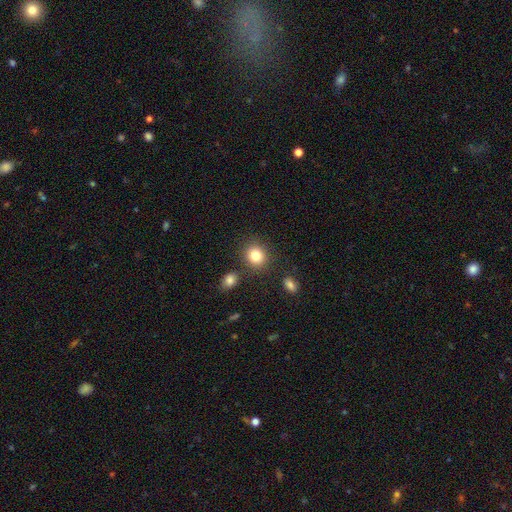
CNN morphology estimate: smooth 83%, star or artifact 10%, featured or disk 6%. Down the decision tree: how rounded — round (78%); merging — none (82%).